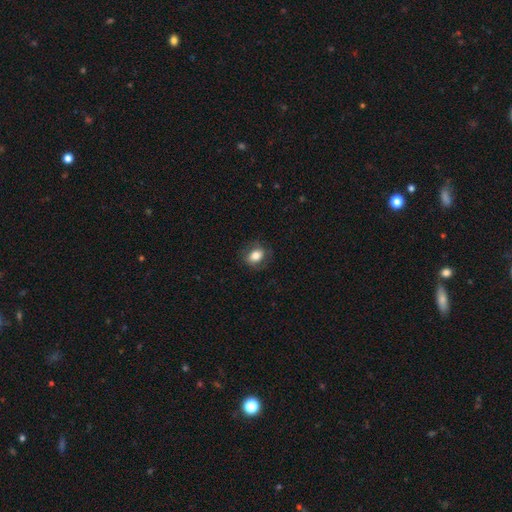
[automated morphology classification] type=smooth (75%); roundness=in between (64%); merging=none (79%).